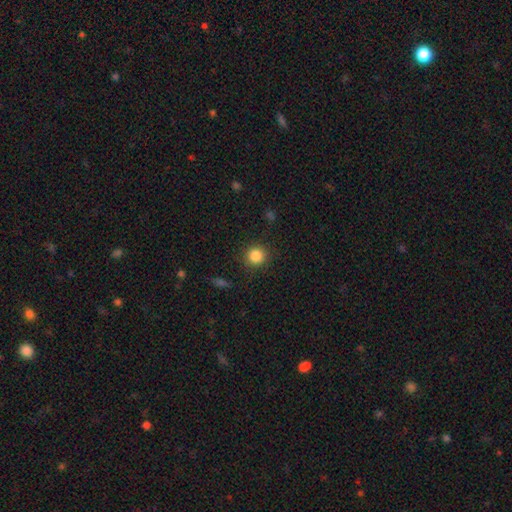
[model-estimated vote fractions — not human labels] Q: Smooth or featured?
A: smooth (85%); runner-up: star or artifact (10%)
Q: How rounded?
A: round (93%); runner-up: in between (6%)
Q: Merging?
A: none (89%); runner-up: minor disturbance (7%)